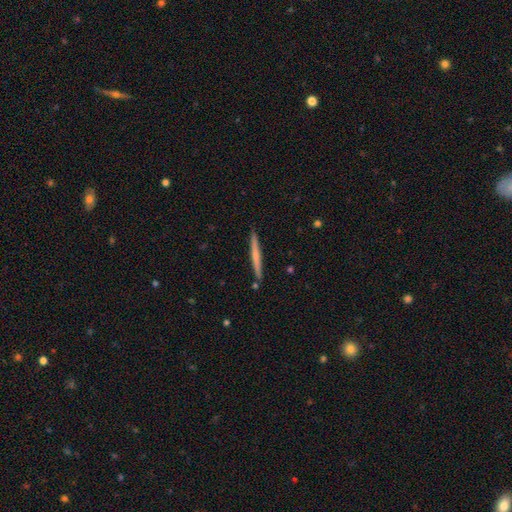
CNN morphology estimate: A smooth galaxy with no disk features (53%) that is cigar-shaped (97%). Merging: none (90%).